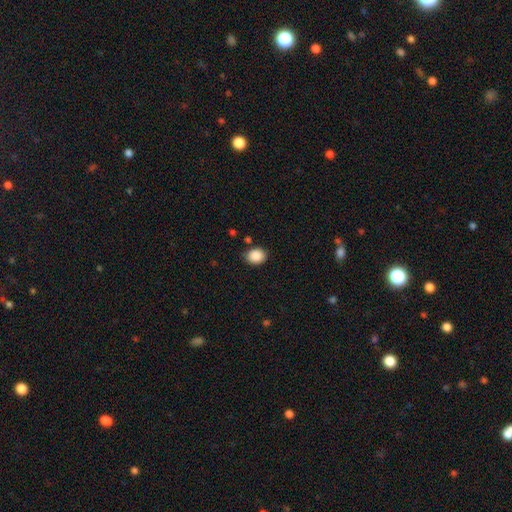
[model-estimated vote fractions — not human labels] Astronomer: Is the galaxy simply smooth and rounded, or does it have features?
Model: smooth — 88%.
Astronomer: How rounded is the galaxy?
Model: round — 50% (runner-up: in between, 49%).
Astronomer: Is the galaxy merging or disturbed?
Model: none — 83%.